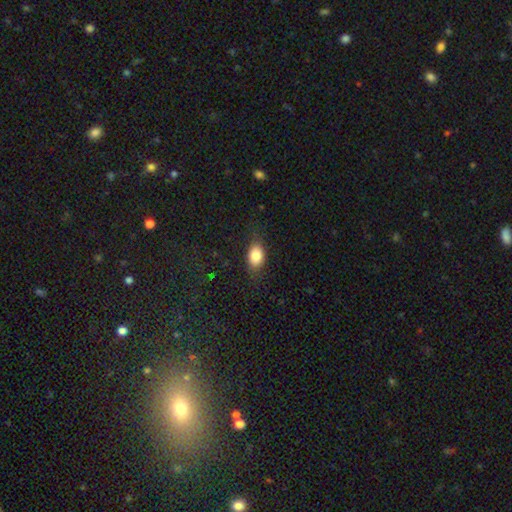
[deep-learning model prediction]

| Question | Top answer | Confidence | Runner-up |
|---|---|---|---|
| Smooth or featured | smooth | 83% | featured or disk (9%) |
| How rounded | in between | 83% | round (15%) |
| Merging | none | 79% | minor disturbance (15%) |